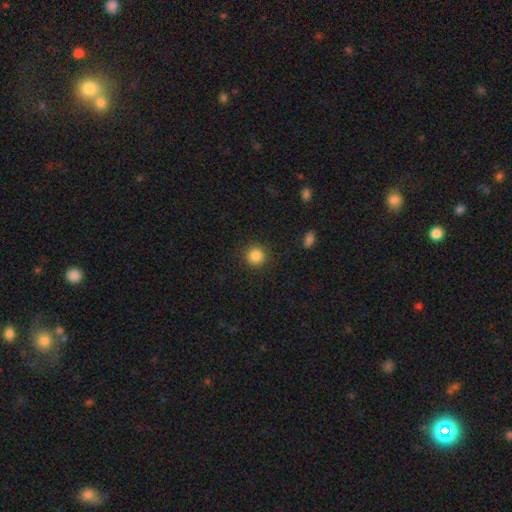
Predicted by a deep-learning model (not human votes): Smooth or featured? Predicted: smooth (p=0.85). How rounded? Predicted: round (p=0.94). Merging? Predicted: none (p=0.90).